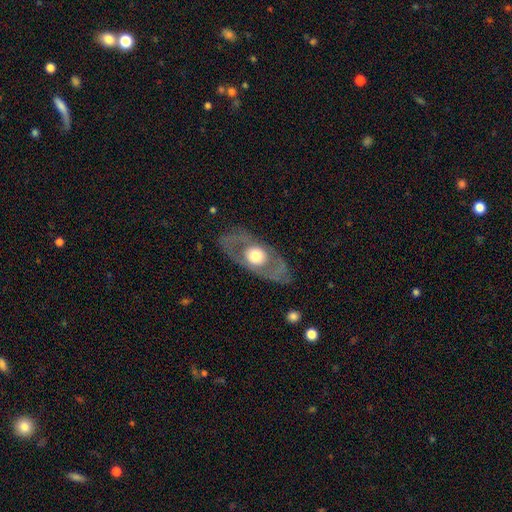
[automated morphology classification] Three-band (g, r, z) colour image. It shows a featured or disk galaxy (60%) with no bar (90%), no spiral arms (83%) and a large central bulge (47%). Merging: none (79%).